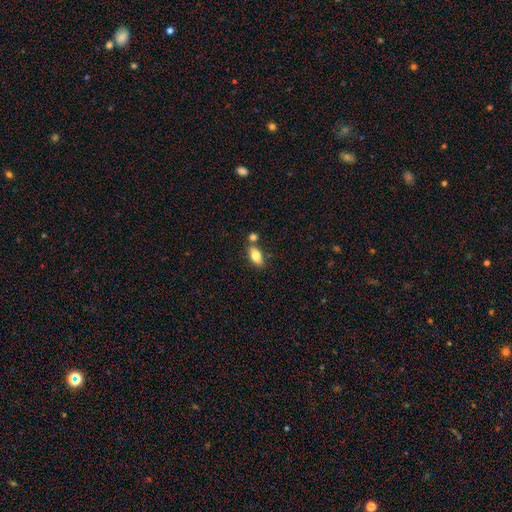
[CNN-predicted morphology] This is likely a smooth galaxy (79%). How rounded: clearly in between (87%). Merging: likely none (65%).